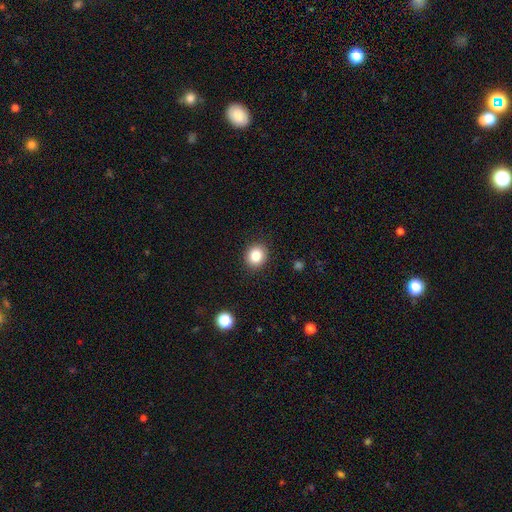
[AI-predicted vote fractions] The model was most divided on "how rounded": round: 72%, in between: 27%, cigar-shaped: 1%. More confident: merging — none (90%); smooth or featured — smooth (85%).